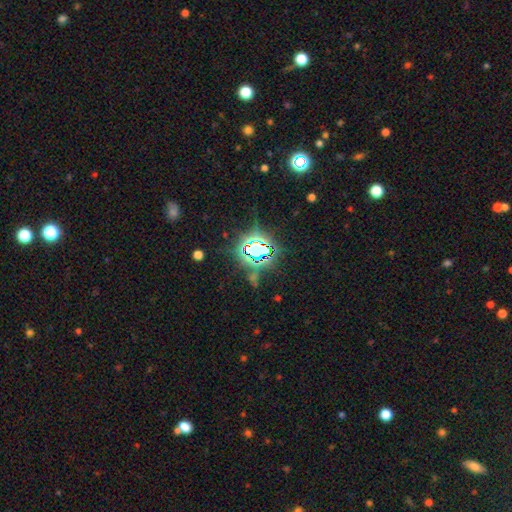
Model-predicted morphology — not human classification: This is clearly a star or artifact rather than a galaxy (80%).